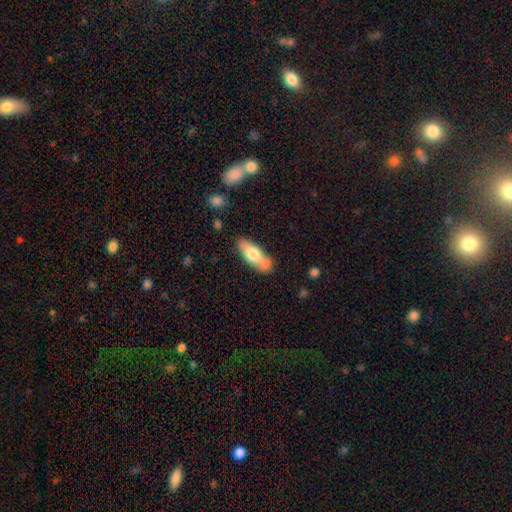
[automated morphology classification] smooth 61%, featured or disk 32%, star or artifact 6%. Down the decision tree: how rounded — in between (68%); merging — none (65%).